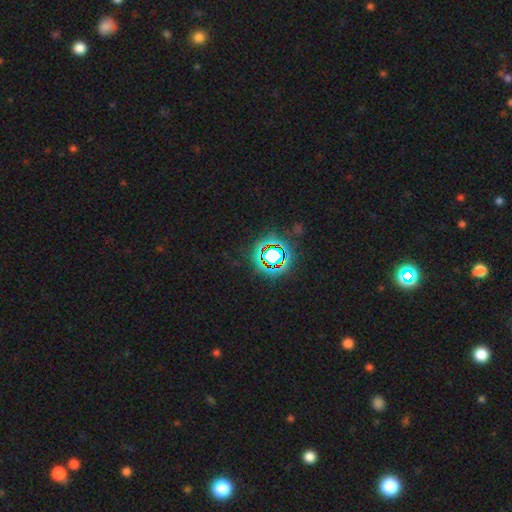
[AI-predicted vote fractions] Smooth or featured? star or artifact (80%)